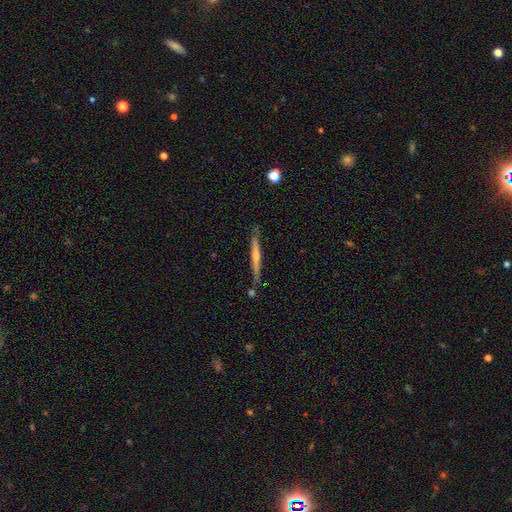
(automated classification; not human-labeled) Smooth or featured?
  - featured or disk: 67% *
  - smooth: 26%
  - star or artifact: 7%
Edge-on disk?
  - yes: 97% *
  - no: 3%
Edge-on bulge?
  - rounded: 58% *
  - none: 32%
  - boxy: 11%
Merging?
  - none: 86% *
  - minor disturbance: 10%
  - merger: 3%
  - major disturbance: 2%